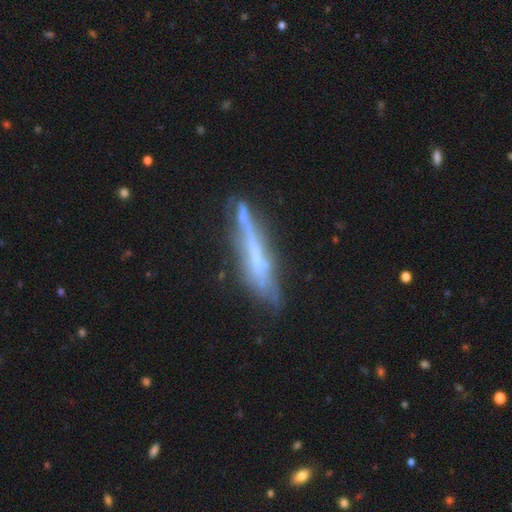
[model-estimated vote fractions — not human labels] This is likely a featured or disk galaxy (65%). It is clearly viewed edge-on (88%). Edge-on bulge: likely none (77%). Merging: likely none (67%).